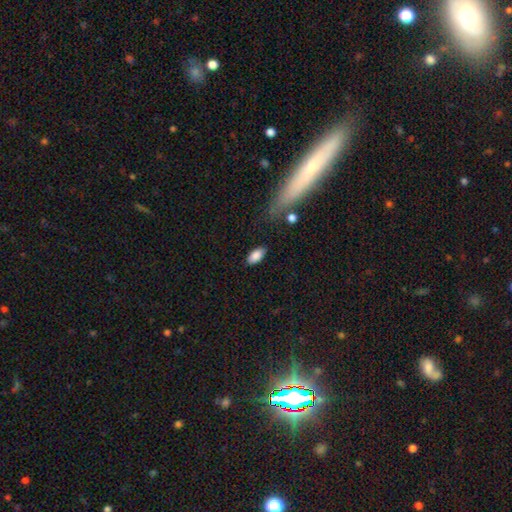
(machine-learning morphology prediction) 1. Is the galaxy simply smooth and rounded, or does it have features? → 86% smooth, 7% star or artifact, 6% featured or disk.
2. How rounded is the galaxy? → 92% in between, 5% cigar-shaped, 3% round.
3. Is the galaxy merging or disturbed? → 83% none, 11% minor disturbance, 3% major disturbance, 2% merger.